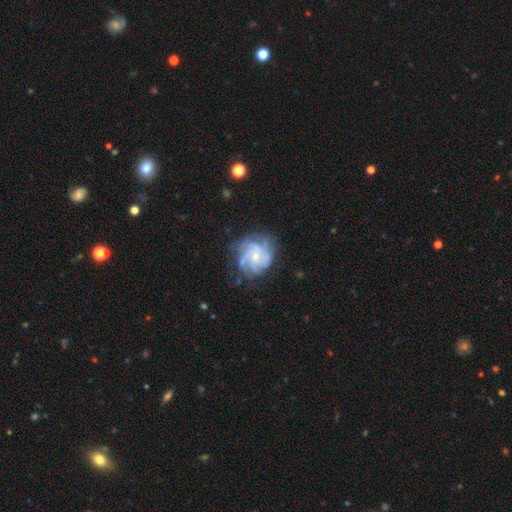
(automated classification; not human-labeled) A featured or disk galaxy (79%) with no bar (73%), tight (57%) spiral arms (93%) and a small central bulge (68%). Merging: none (67%).